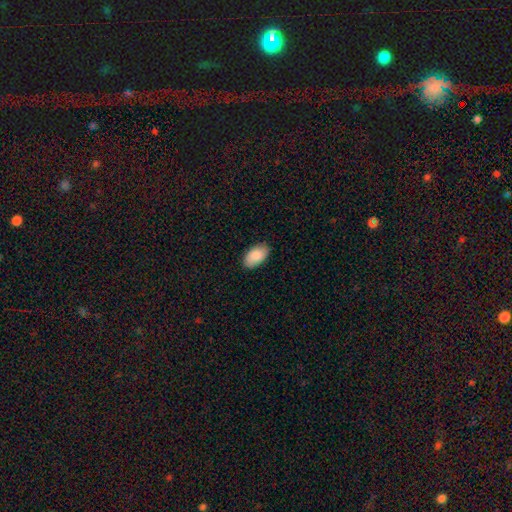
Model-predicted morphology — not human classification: type=smooth (88%); roundness=in between (95%); merging=none (87%).